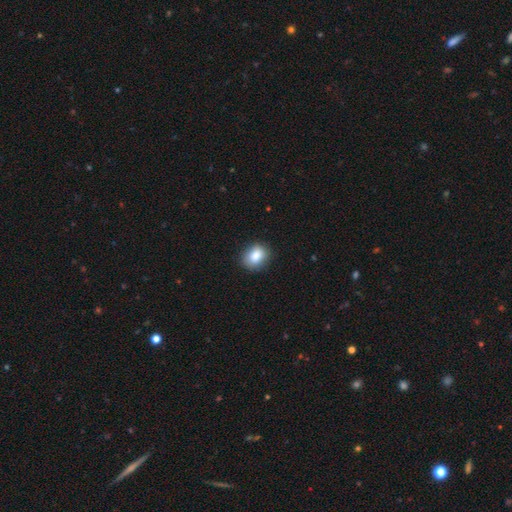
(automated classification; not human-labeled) smooth_or_featured: smooth (p=0.86) [alt: star or artifact p=0.08]
how_rounded: in between (p=0.54) [alt: round p=0.45]
merging: none (p=0.84) [alt: minor disturbance p=0.12]